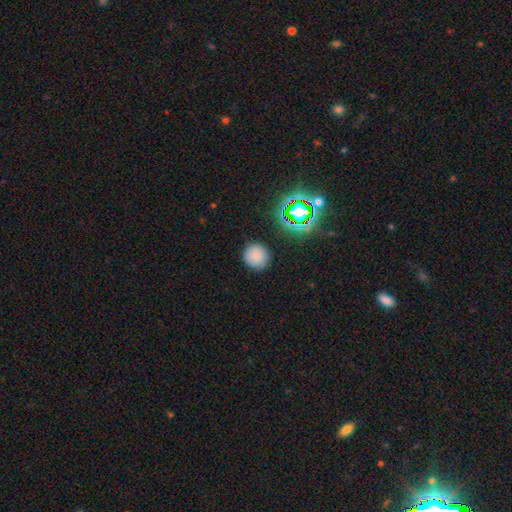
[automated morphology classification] Smooth or featured? Predicted: smooth (p=0.78). How rounded? Predicted: round (p=0.93). Merging? Predicted: none (p=0.88).